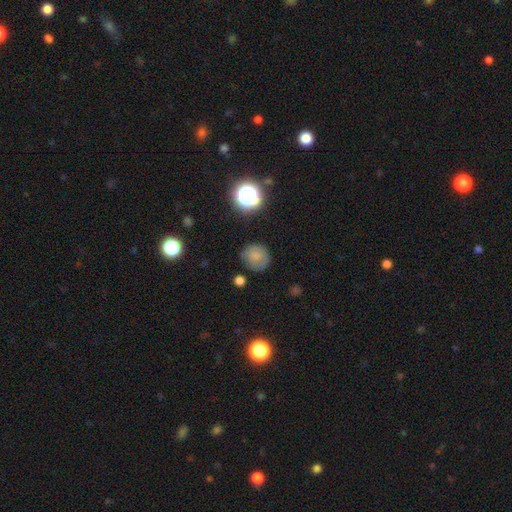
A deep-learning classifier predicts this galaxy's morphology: smooth_or_featured: smooth (p=0.75) [alt: star or artifact p=0.14]
how_rounded: round (p=0.84) [alt: in between p=0.15]
merging: none (p=0.73) [alt: minor disturbance p=0.19]